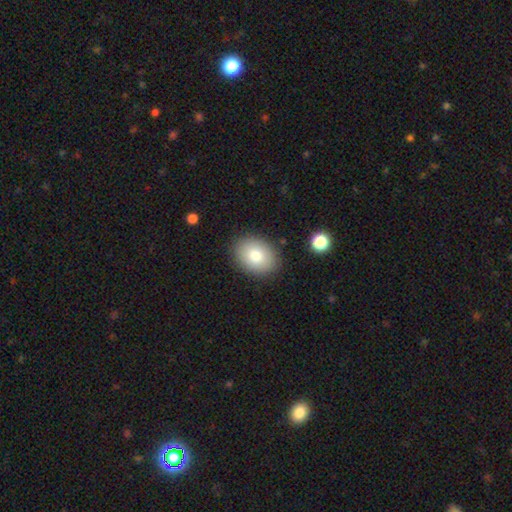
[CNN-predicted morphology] smooth-or-featured: smooth: 80% | featured or disk: 12% | star or artifact: 8%
  how-rounded: in between: 68% | round: 31% | cigar-shaped: 1%
  merging: none: 87% | minor disturbance: 9% | major disturbance: 2% | merger: 2%